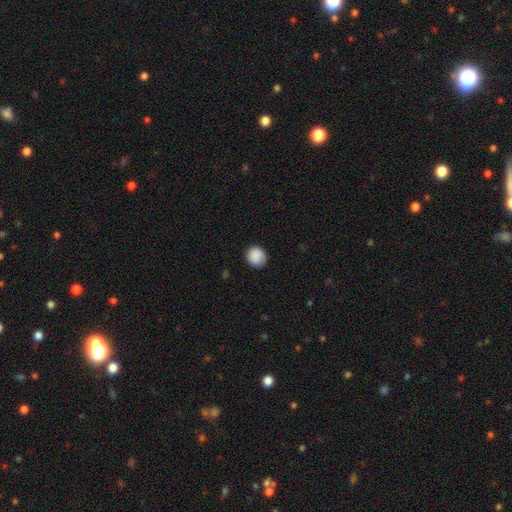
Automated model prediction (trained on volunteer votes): Morphology: type=smooth (89%); roundness=round (83%); merging=none (85%).